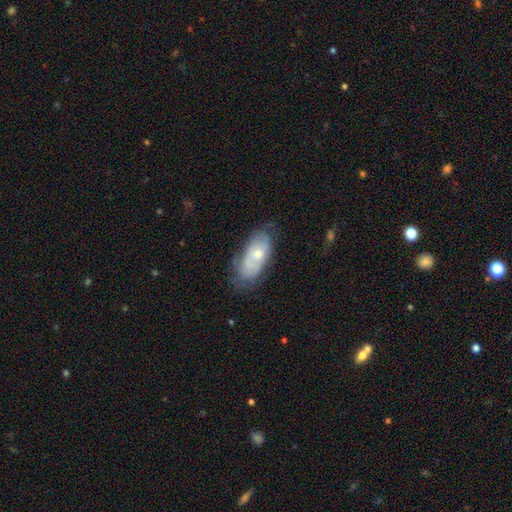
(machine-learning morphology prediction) The model was most divided on "smooth or featured": smooth: 47%, featured or disk: 46%, star or artifact: 7%. More confident: merging — none (58%).